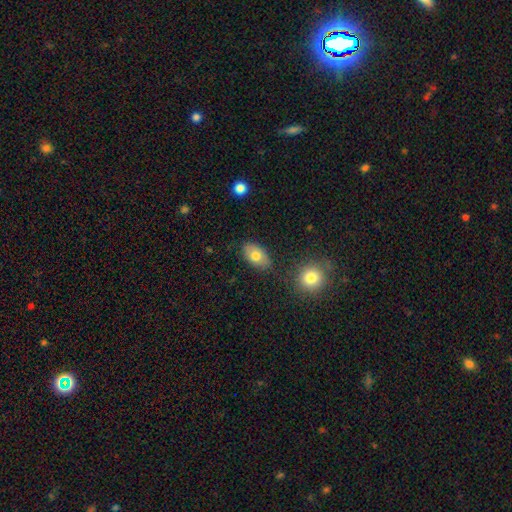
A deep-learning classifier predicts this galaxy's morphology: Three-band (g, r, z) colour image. It shows a smooth galaxy with no disk features (75%) that is in between round and cigar-shaped (90%). Merging: none (76%).